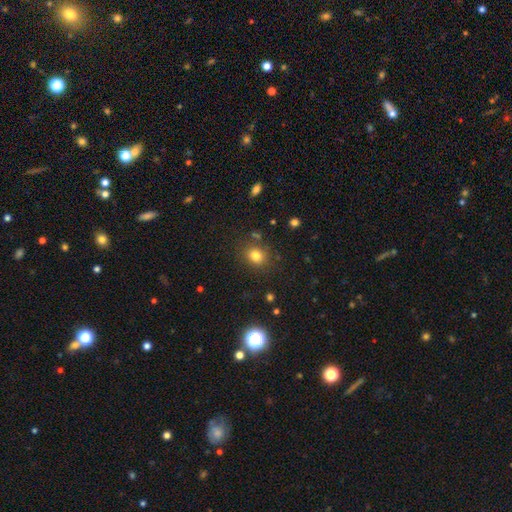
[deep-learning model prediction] A smooth galaxy with no disk features (79%) that is round (69%). Merging: none (81%).